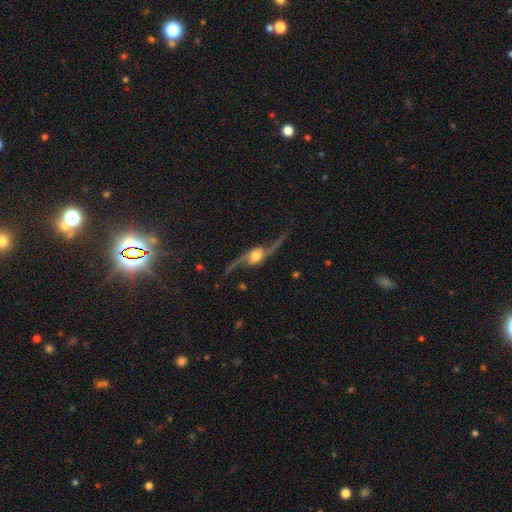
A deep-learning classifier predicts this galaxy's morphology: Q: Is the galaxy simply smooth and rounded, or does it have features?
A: featured or disk — 90%.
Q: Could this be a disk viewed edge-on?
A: no — 83%.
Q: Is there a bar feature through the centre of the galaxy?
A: no — 54%.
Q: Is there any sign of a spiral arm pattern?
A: yes — 97%.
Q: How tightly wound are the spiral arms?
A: loose — 91%.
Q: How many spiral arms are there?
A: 2 — 95%.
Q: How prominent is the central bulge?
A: moderate — 54%.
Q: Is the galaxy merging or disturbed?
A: none — 75%.